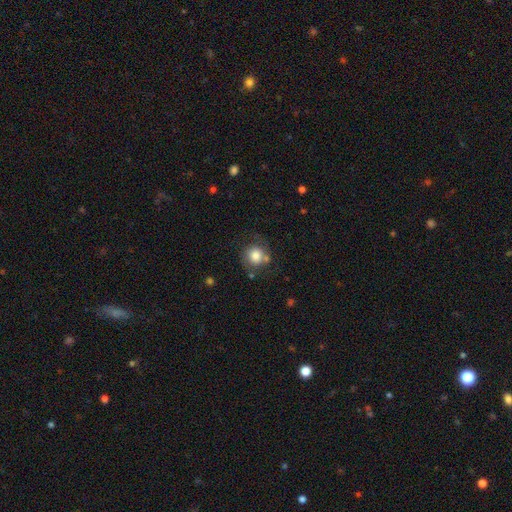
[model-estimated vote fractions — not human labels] This is likely a smooth galaxy (76%). How rounded: clearly round (86%). Merging: likely none (63%).